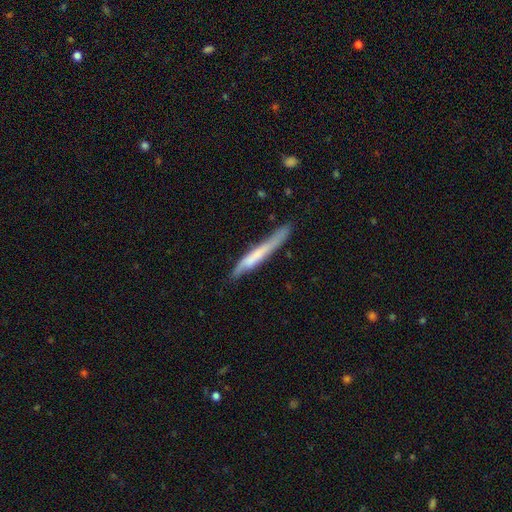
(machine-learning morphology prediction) This appears to be a smooth galaxy with no disk features (51%) that is cigar-shaped (95%). Merging: none (63%).